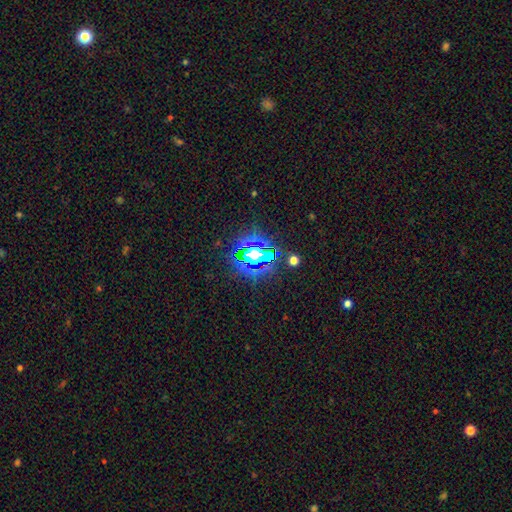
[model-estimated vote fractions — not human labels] Morphology: type=star or artifact (66%).